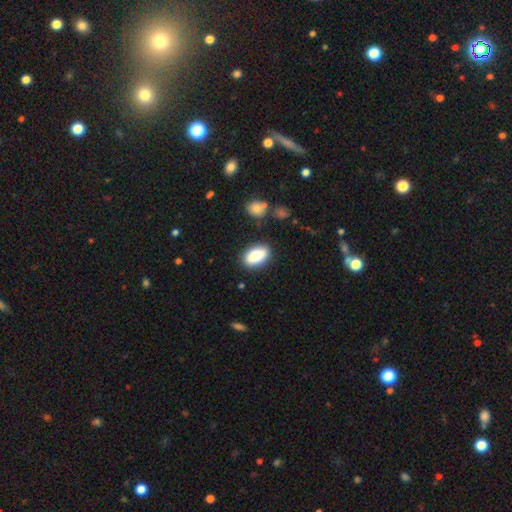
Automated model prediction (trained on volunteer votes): smooth 86%, featured or disk 8%, star or artifact 7%. Down the decision tree: how rounded — in between (92%); merging — none (84%).